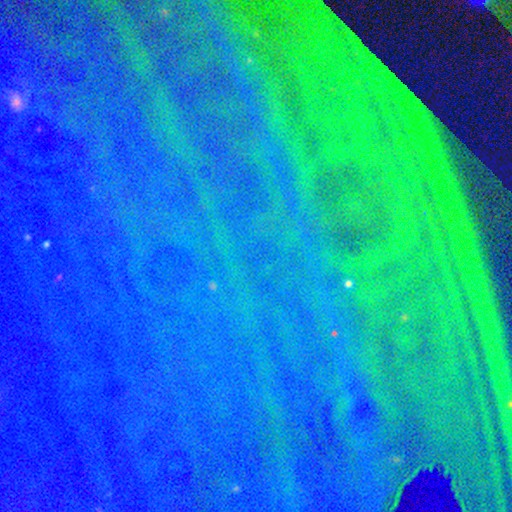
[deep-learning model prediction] Morphology: type=star or artifact (84%).